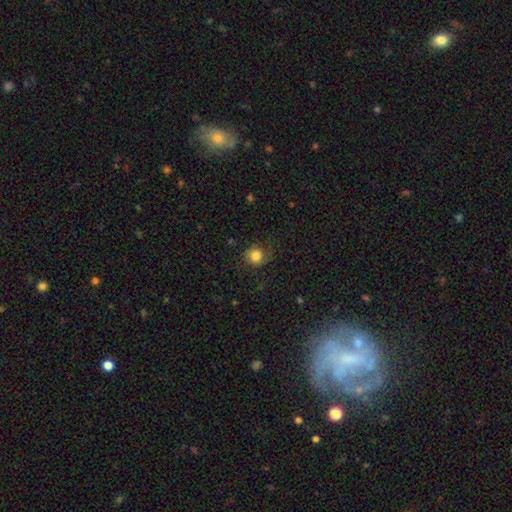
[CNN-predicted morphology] smooth_or_featured: smooth (p=0.83) [alt: star or artifact p=0.10]
how_rounded: round (p=0.85) [alt: in between p=0.14]
merging: none (p=0.73) [alt: minor disturbance p=0.18]